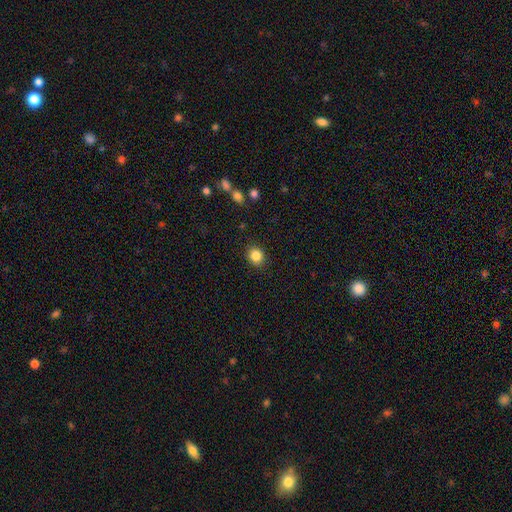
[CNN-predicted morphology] Overall: smooth (85%). How rounded: round (74%). Merging: none (90%).